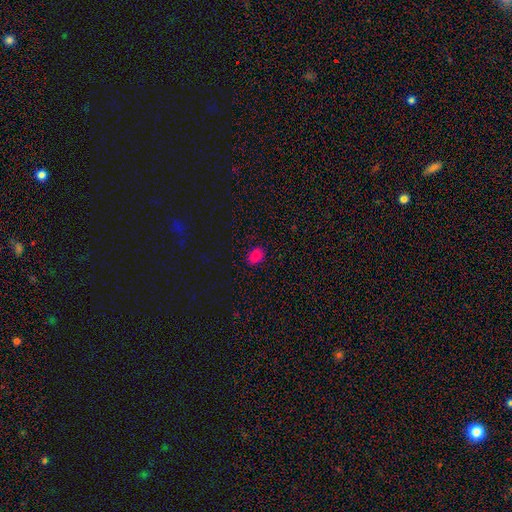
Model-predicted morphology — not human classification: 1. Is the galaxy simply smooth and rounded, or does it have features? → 81% smooth, 14% star or artifact, 5% featured or disk.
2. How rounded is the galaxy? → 71% in between, 28% round, 1% cigar-shaped.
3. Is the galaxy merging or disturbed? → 86% none, 11% minor disturbance, 2% major disturbance, 1% merger.